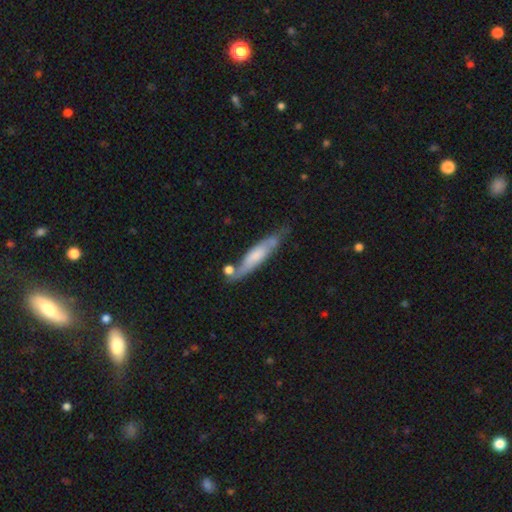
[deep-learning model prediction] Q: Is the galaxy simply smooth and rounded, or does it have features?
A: smooth — 49%.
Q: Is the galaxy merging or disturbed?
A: none — 58%.